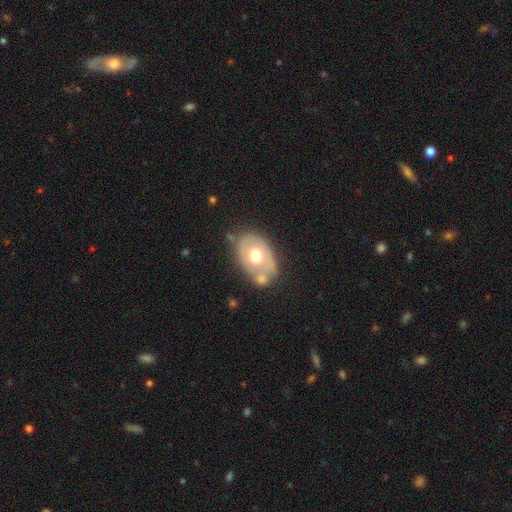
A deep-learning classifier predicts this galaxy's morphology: smooth-or-featured: smooth: 47% (tied) | featured or disk: 47% (tied) | star or artifact: 6%
  merging: none: 53% | minor disturbance: 22% | merger: 17% | major disturbance: 8%